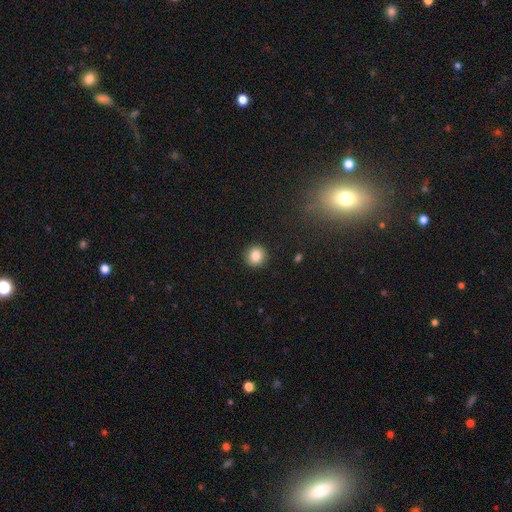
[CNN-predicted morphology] smooth-or-featured: smooth: 85% | star or artifact: 10% | featured or disk: 6%
  how-rounded: round: 92% | in between: 7% | cigar-shaped: 1%
  merging: none: 92% | minor disturbance: 5% | major disturbance: 2% | merger: 1%